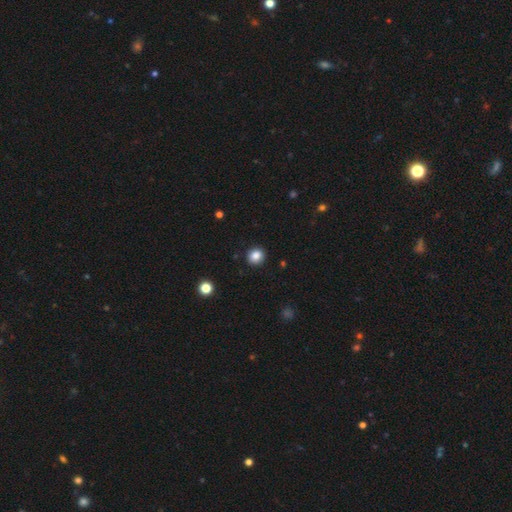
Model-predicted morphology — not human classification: Smooth or featured?
  - smooth: 86% *
  - star or artifact: 11%
  - featured or disk: 4%
How rounded?
  - round: 84% *
  - in between: 15%
  - cigar-shaped: 1%
Merging?
  - none: 92% *
  - minor disturbance: 6%
  - major disturbance: 2%
  - merger: 1%